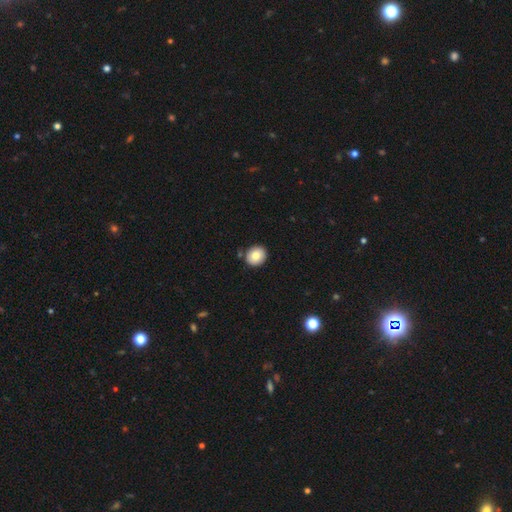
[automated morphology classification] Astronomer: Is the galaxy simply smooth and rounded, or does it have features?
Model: smooth — 81%.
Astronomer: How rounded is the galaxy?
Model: round — 79%.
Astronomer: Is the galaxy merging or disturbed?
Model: none — 85%.